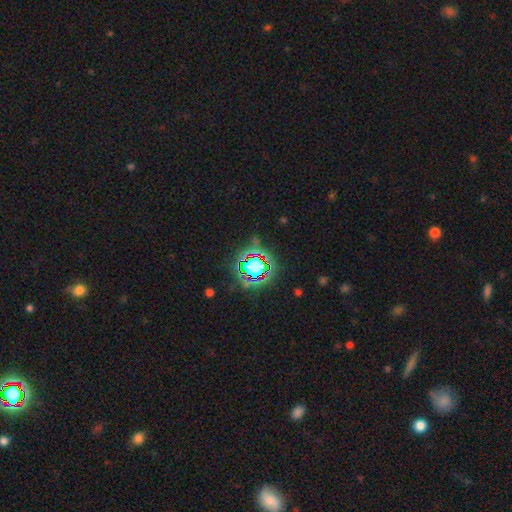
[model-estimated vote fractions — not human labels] A star or artifact, not a galaxy (78%).